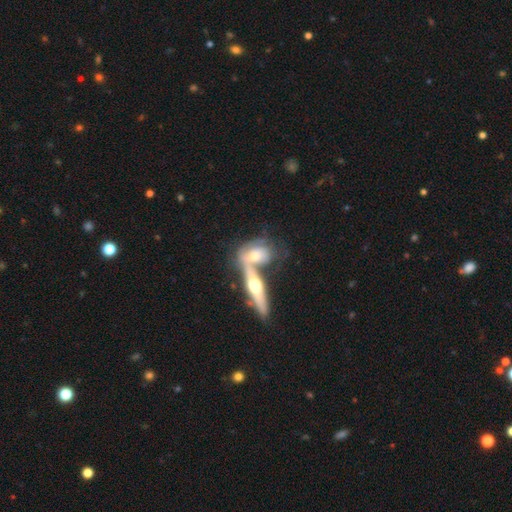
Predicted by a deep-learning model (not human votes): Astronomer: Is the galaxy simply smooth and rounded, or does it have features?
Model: featured or disk — 58% (runner-up: smooth, 36%).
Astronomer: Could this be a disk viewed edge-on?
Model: yes — 57% (runner-up: no, 43%).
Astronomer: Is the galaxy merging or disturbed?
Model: merger — 51% (runner-up: none, 31%).